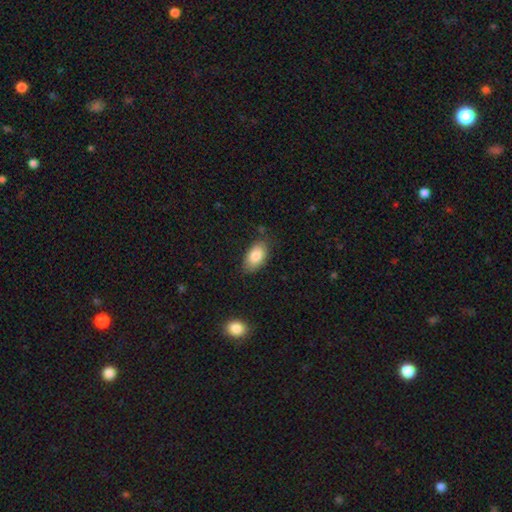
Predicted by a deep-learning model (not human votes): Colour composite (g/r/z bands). It shows a smooth galaxy with no disk features (83%) that is in between round and cigar-shaped (93%). Merging: none (76%).